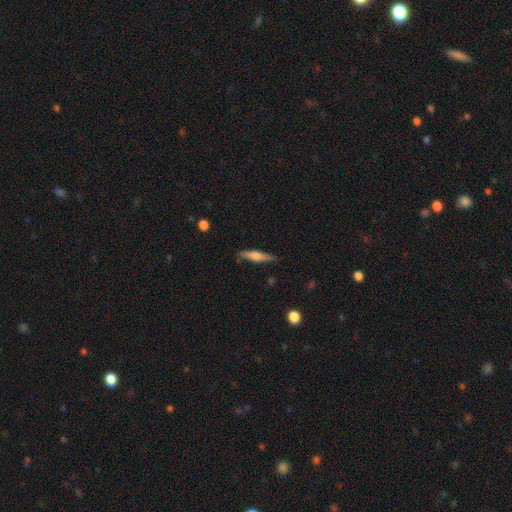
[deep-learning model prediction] smooth_or_featured: featured or disk (p=0.52) [alt: smooth p=0.42]
disk_edge_on: yes (p=0.95) [alt: no p=0.05]
merging: none (p=0.84) [alt: minor disturbance p=0.12]